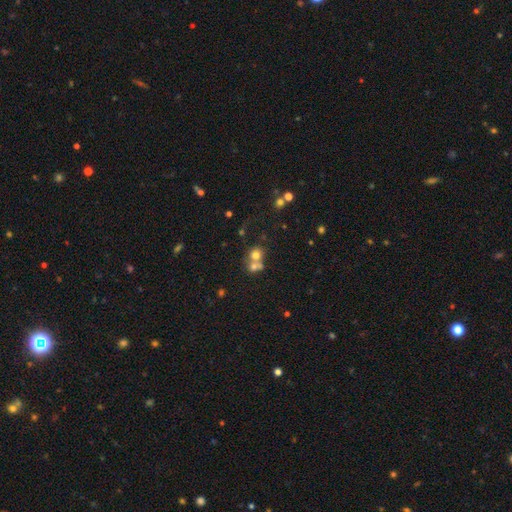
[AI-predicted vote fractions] Smooth or featured? smooth (68%)
How rounded? round (79%)
Merging? merger (53%)